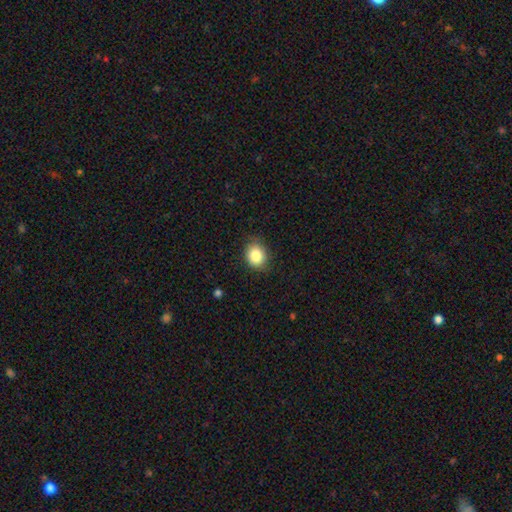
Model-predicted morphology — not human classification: Smooth or featured?
  - smooth: 85% *
  - star or artifact: 9%
  - featured or disk: 6%
How rounded?
  - round: 60% *
  - in between: 39%
  - cigar-shaped: 1%
Merging?
  - none: 83% *
  - minor disturbance: 13%
  - major disturbance: 3%
  - merger: 1%